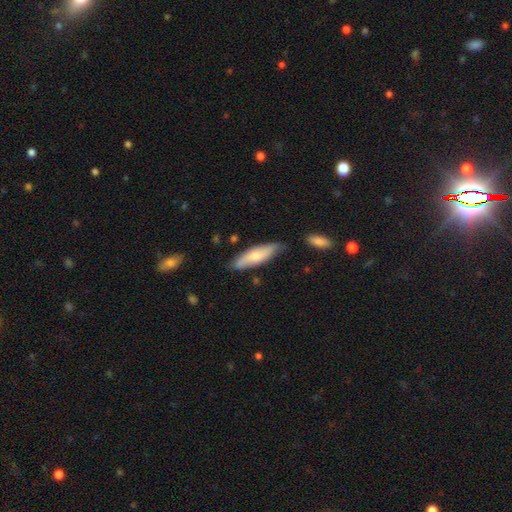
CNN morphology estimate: Q: Smooth or featured?
A: smooth (63%); runner-up: featured or disk (32%)
Q: How rounded?
A: cigar-shaped (55%); runner-up: in between (43%)
Q: Merging?
A: none (72%); runner-up: minor disturbance (21%)